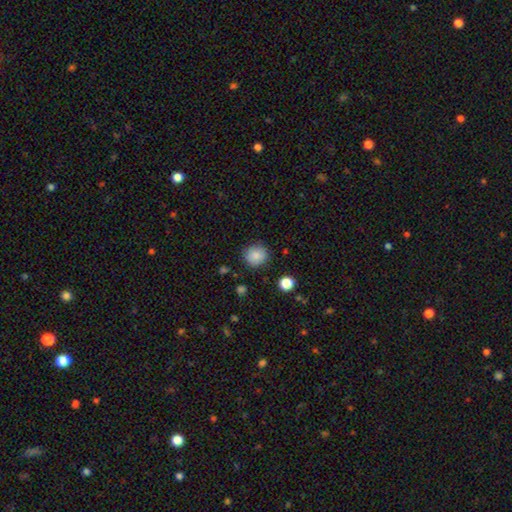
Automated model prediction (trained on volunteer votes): Q: Smooth or featured?
A: smooth (86%); runner-up: star or artifact (9%)
Q: How rounded?
A: round (86%); runner-up: in between (13%)
Q: Merging?
A: none (86%); runner-up: minor disturbance (10%)